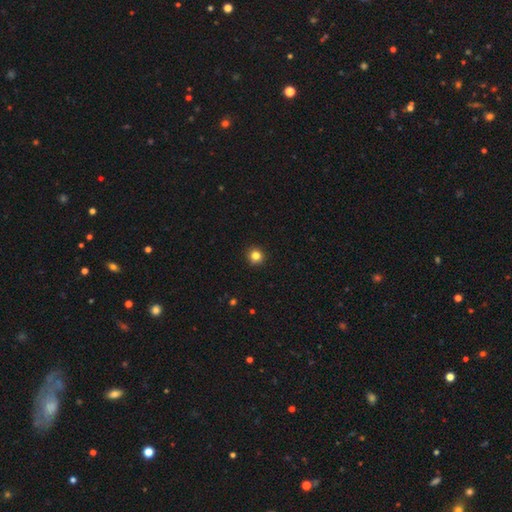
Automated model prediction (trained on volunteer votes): smooth 82%, star or artifact 13%, featured or disk 5%. Down the decision tree: how rounded — round (94%); merging — none (93%).